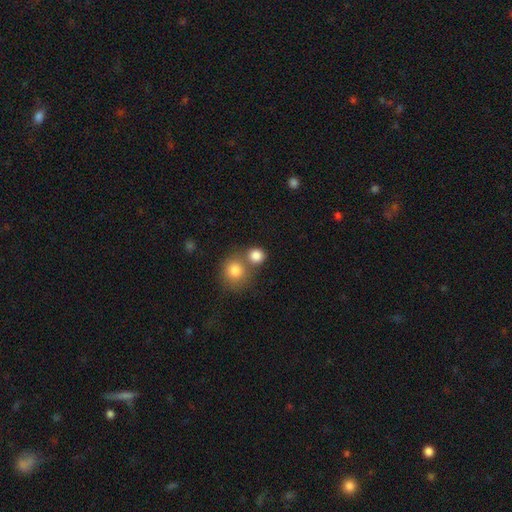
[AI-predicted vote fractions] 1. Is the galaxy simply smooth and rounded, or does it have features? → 84% smooth, 10% star or artifact, 6% featured or disk.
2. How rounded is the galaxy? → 84% round, 15% in between, 1% cigar-shaped.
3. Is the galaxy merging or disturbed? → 55% none, 34% merger, 8% minor disturbance, 3% major disturbance.